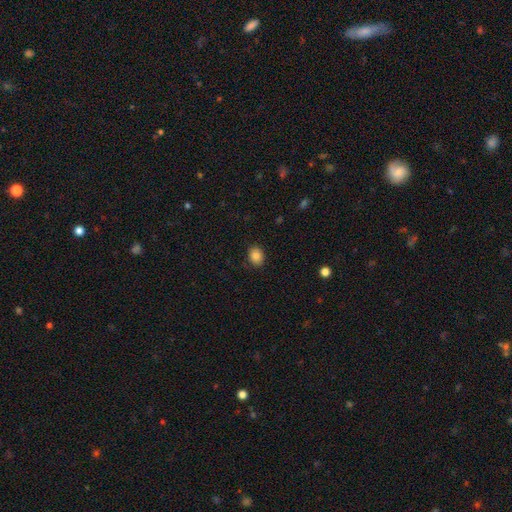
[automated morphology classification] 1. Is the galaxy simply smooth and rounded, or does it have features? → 85% smooth, 9% star or artifact, 5% featured or disk.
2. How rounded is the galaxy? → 50% round, 49% in between, 1% cigar-shaped.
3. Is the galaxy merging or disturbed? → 88% none, 9% minor disturbance, 2% major disturbance, 1% merger.